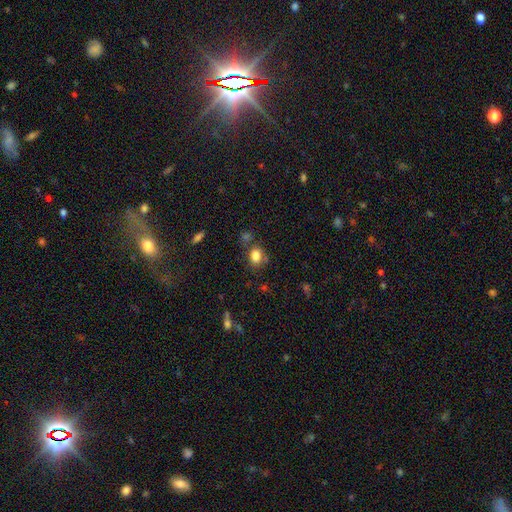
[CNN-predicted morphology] smooth 82%, star or artifact 11%, featured or disk 7%. Down the decision tree: how rounded — in between (61%); merging — none (69%).